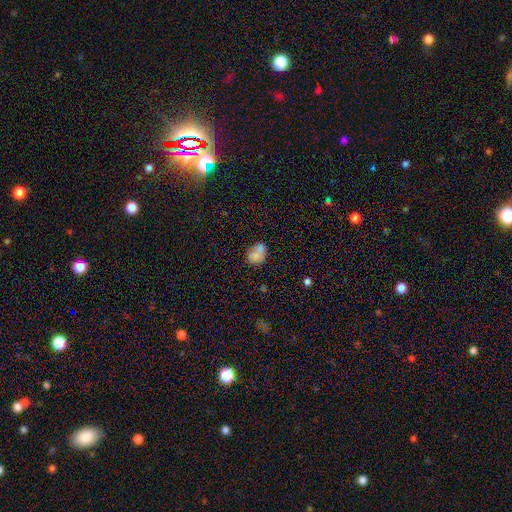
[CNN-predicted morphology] This appears to be a smooth galaxy with no disk features (73%) that is in between round and cigar-shaped (58%). Merging: none (48%).